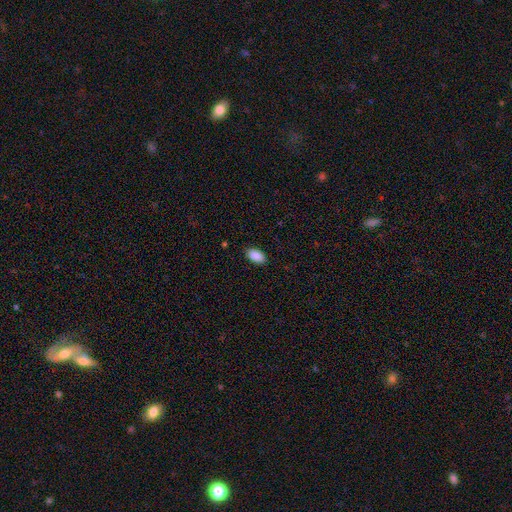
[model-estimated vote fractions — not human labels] Smooth or featured? Predicted: smooth (p=0.90). How rounded? Predicted: in between (p=0.94). Merging? Predicted: none (p=0.88).